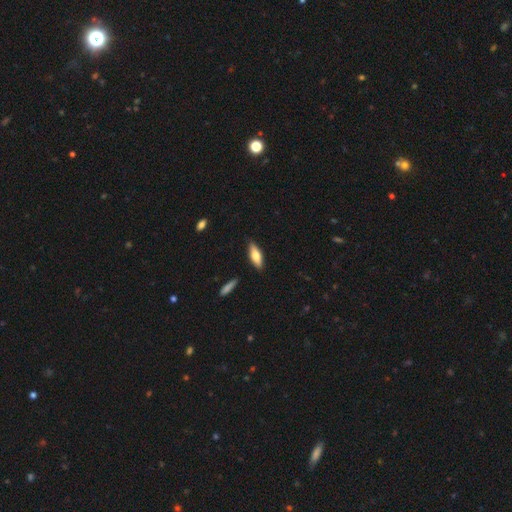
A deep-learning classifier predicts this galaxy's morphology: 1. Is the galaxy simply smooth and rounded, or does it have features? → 66% smooth, 28% featured or disk, 6% star or artifact.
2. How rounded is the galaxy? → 57% in between, 40% cigar-shaped, 2% round.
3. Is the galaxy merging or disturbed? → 87% none, 9% minor disturbance, 2% major disturbance, 2% merger.